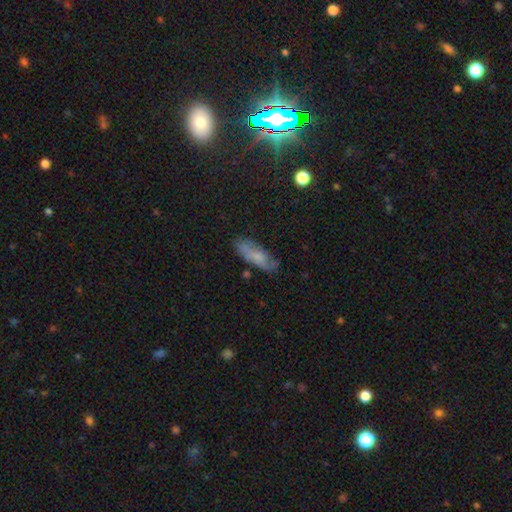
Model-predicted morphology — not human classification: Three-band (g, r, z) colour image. It shows a smooth galaxy with no disk features (61%) that is in between round and cigar-shaped (61%). Merging: none (65%).